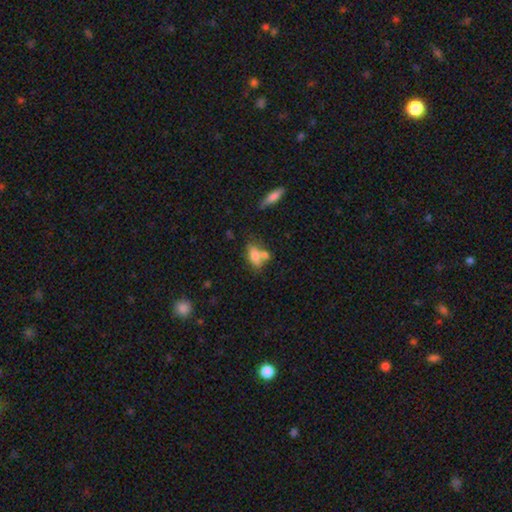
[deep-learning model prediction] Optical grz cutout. It shows a smooth galaxy with no disk features (71%) that is in between round and cigar-shaped (80%). Merging: none (45%).